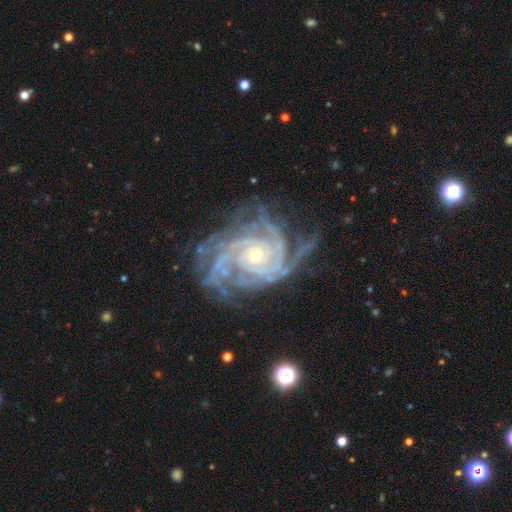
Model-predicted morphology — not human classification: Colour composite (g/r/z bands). It shows a featured or disk galaxy (92%) with no bar (74%), 4 (27%) tight (76%) spiral arms (99%) and a small central bulge (66%). Merging: none (64%).